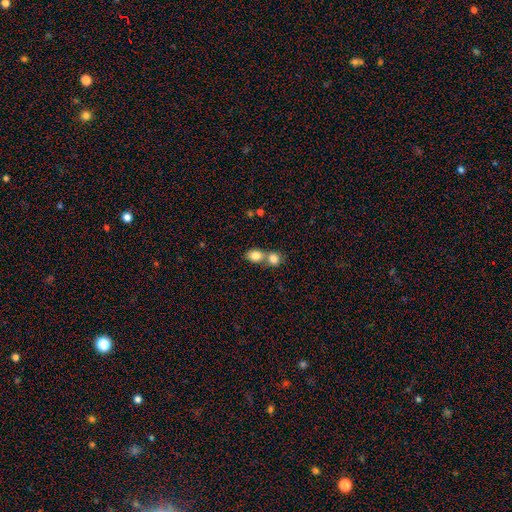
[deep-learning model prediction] Overall: smooth (83%). How rounded: in between (50%; round 48%). Merging: merger (60%; none 32%).